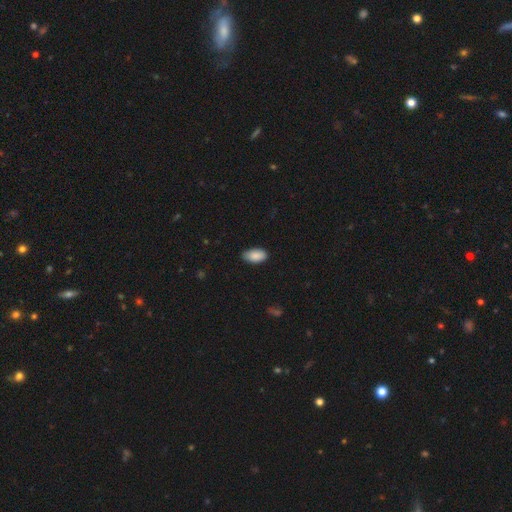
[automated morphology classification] smooth-or-featured: smooth: 89% | star or artifact: 7% | featured or disk: 5%
  how-rounded: in between: 95% | round: 3% | cigar-shaped: 2%
  merging: none: 81% | minor disturbance: 16% | major disturbance: 2% | merger: 1%